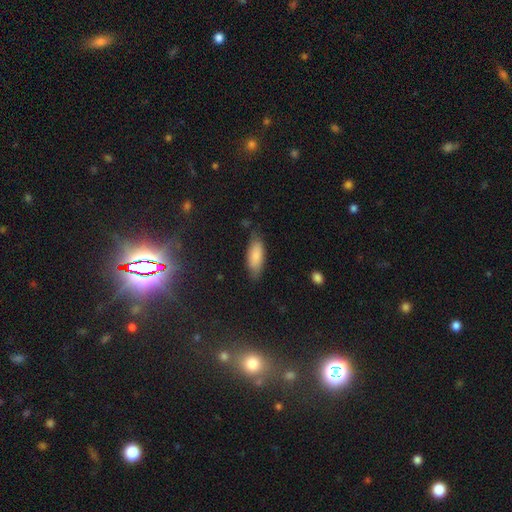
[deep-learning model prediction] Smooth or featured? Predicted: smooth (p=0.83). How rounded? Predicted: in between (p=0.76). Merging? Predicted: none (p=0.75).